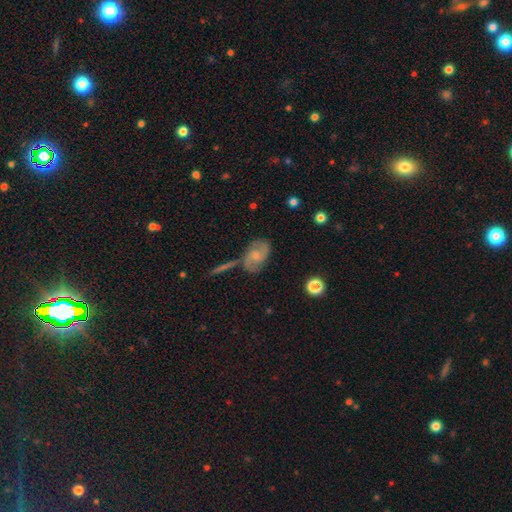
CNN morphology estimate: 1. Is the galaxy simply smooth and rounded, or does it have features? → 59% featured or disk, 32% smooth, 9% star or artifact.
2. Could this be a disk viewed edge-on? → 94% no, 6% yes.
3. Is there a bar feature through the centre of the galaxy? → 58% no, 36% weak, 6% strong.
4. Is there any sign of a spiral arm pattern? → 87% yes, 13% no.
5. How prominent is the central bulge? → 43% moderate, 37% small, 13% none, 6% large, 2% dominant.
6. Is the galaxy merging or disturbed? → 67% none, 18% minor disturbance, 9% merger, 6% major disturbance.